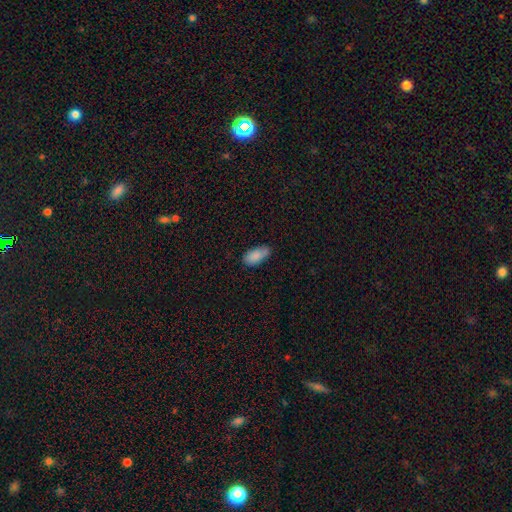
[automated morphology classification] Overall: smooth (86%). How rounded: in between (90%). Merging: none (69%).